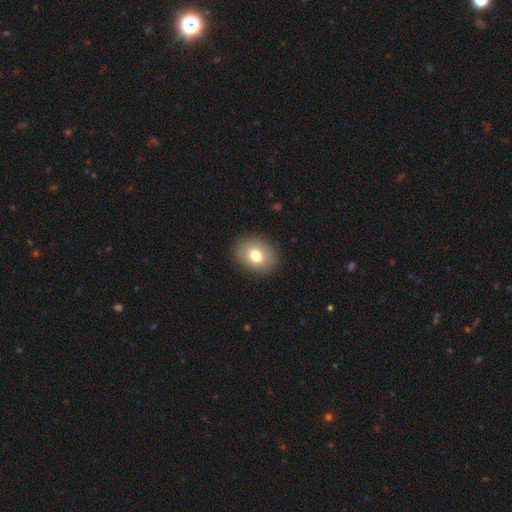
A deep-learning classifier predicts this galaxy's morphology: This appears to be a smooth galaxy with no disk features (75%) that is in between round and cigar-shaped (59%). Merging: none (89%).